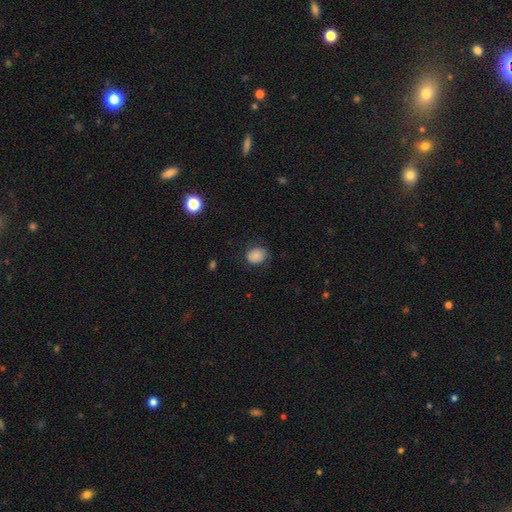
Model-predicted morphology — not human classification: Smooth or featured: smooth — 78% (featured or disk — 13%)
How rounded: round — 58% (in between — 41%)
Merging: none — 66% (minor disturbance — 24%)